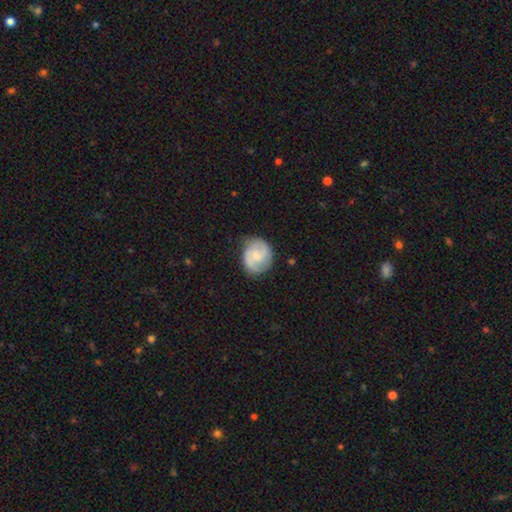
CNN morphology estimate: This is likely a featured or disk galaxy (68%). It is clearly not viewed edge-on (98%). Bar: possibly no (51%). Spiral arm pattern: clearly yes (92%). Spiral arm count: clearly 2 (82%). Spiral winding: possibly medium (49%). Central bulge: possibly small (56%). Merging: likely none (73%).